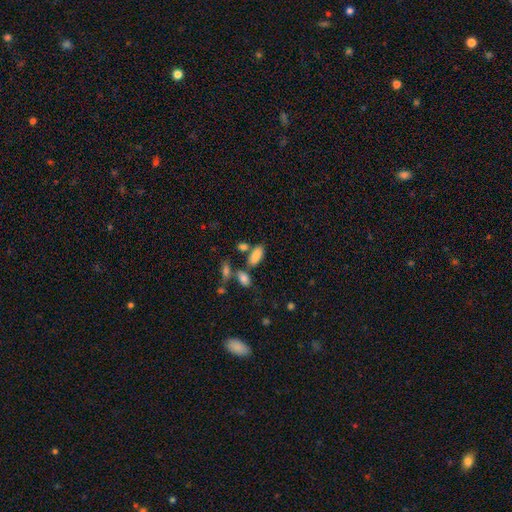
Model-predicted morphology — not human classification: type=smooth (84%); roundness=in between (89%); merging=none (63%).